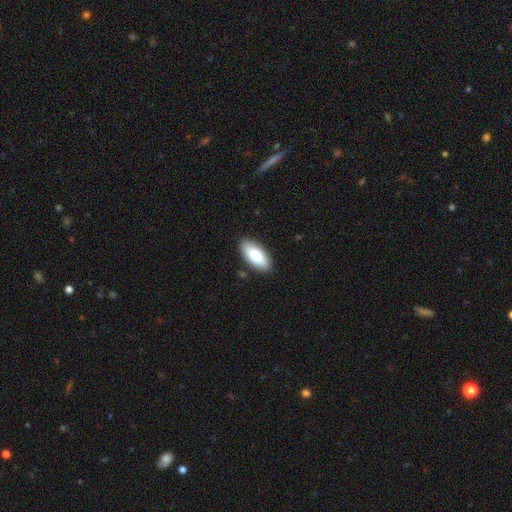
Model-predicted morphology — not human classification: Overall: smooth (82%). How rounded: in between (88%). Merging: none (87%).